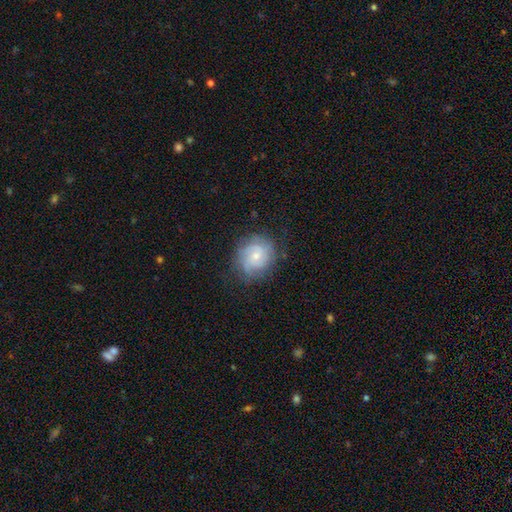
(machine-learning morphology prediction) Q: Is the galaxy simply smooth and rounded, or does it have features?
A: featured or disk — 64%.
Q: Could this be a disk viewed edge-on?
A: no — 98%.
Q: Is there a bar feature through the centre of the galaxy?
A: no — 69%.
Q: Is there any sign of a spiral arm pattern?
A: yes — 90%.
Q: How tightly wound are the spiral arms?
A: tight — 63%.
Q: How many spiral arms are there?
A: can't tell — 40%.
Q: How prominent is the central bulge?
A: small — 63%.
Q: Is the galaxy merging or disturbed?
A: none — 77%.